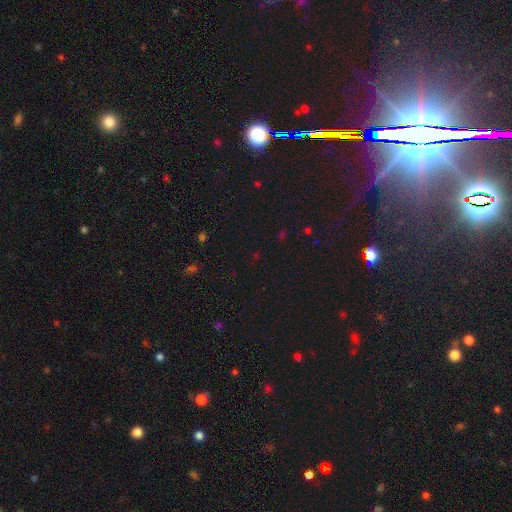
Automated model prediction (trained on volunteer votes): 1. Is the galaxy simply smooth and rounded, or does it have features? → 67% star or artifact, 25% smooth, 7% featured or disk.